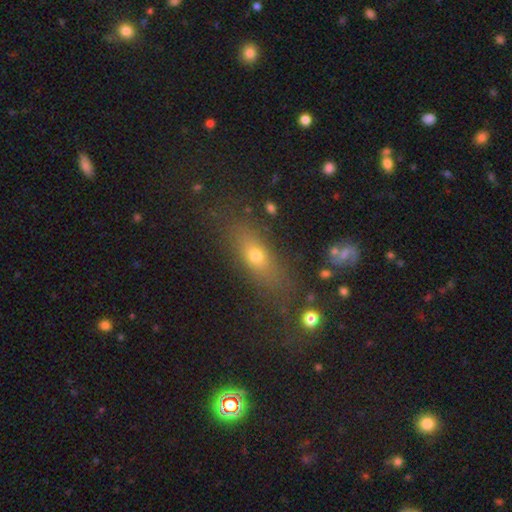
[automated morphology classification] type=smooth (63%); roundness=in between (55%); merging=none (74%).